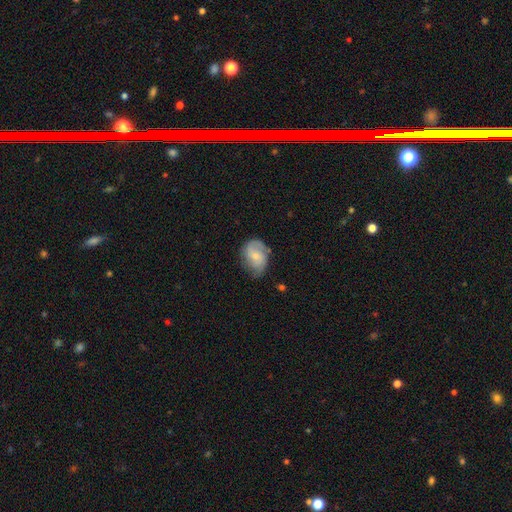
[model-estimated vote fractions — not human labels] Smooth or featured? featured or disk (50%)
Edge-on disk? no (97%)
Merging? none (57%)